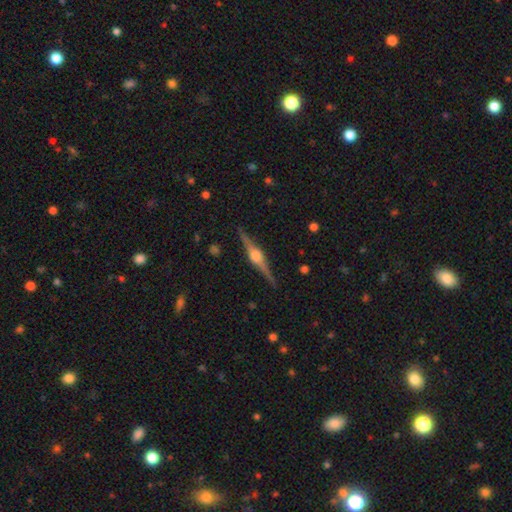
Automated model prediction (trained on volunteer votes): A featured or disk galaxy (86%) viewed edge-on (98%) with a rounded central bulge (90%). Merging: none (90%).